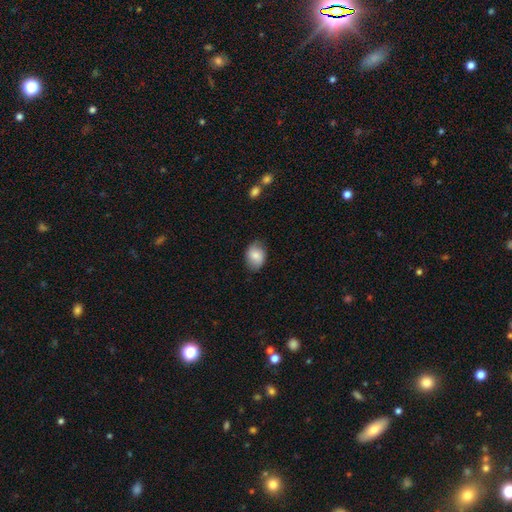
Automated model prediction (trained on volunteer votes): Overall: smooth (81%). How rounded: in between (69%; round 30%). Merging: none (77%).